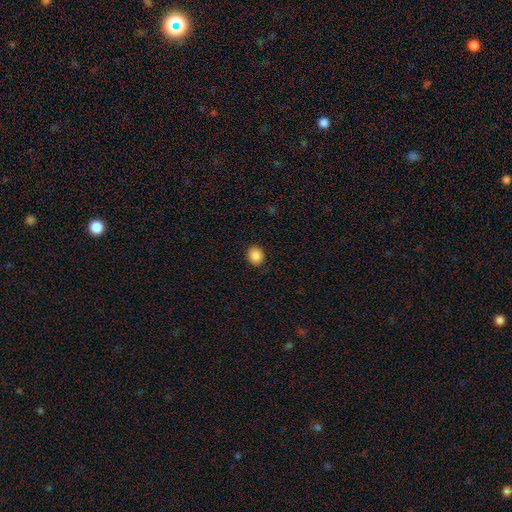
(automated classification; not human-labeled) smooth 88%, star or artifact 9%, featured or disk 3%. Down the decision tree: how rounded — round (75%); merging — none (89%).